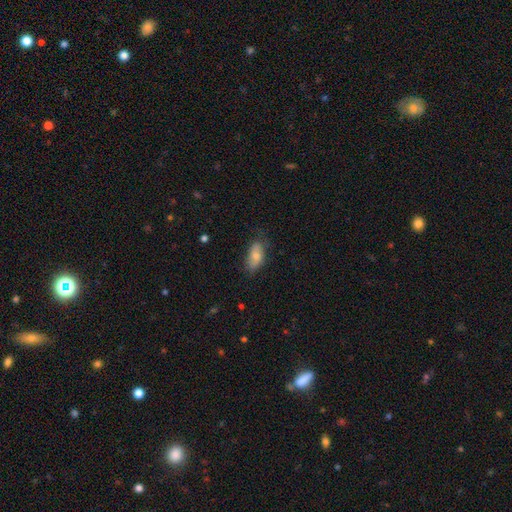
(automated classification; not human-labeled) smooth 74%, featured or disk 19%, star or artifact 7%. Down the decision tree: how rounded — in between (90%); merging — none (68%).